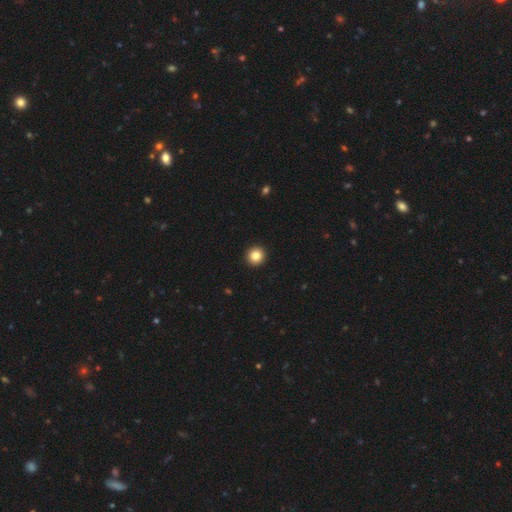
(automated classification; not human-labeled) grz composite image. It shows a smooth galaxy with no disk features (85%) that is round (95%). Merging: none (94%).